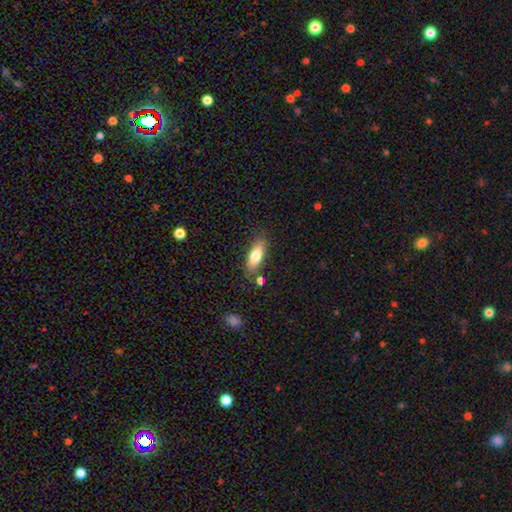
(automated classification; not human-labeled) Morphology: type=smooth (75%); roundness=in between (63%); merging=none (78%).